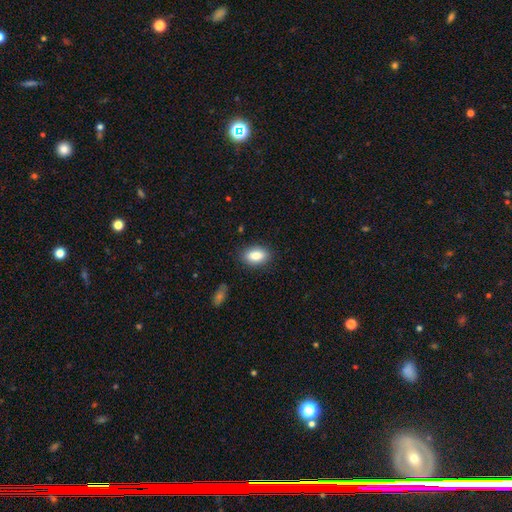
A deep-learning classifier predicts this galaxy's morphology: Overall: smooth (84%). How rounded: in between (86%). Merging: none (86%).